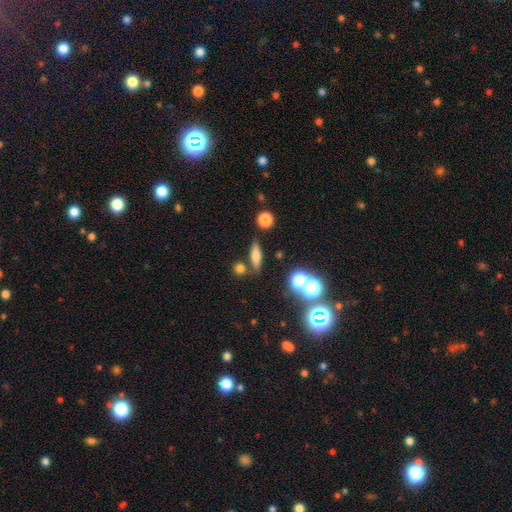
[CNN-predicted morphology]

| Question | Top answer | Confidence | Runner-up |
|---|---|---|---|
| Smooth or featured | smooth | 60% | featured or disk (26%) |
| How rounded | cigar-shaped | 53% | in between (38%) |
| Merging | none | 78% | minor disturbance (11%) |